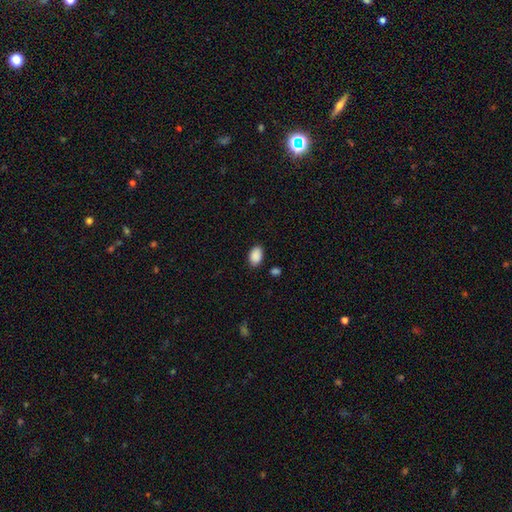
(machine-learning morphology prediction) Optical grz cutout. It shows a smooth galaxy with no disk features (90%) that is in between round and cigar-shaped (89%). Merging: none (84%).